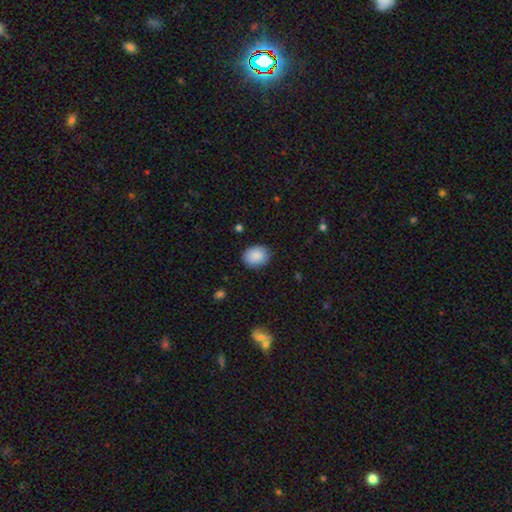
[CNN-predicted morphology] smooth-or-featured: smooth: 88% | star or artifact: 7% | featured or disk: 5%
  how-rounded: in between: 53% | round: 46% | cigar-shaped: 1%
  merging: none: 85% | minor disturbance: 11% | major disturbance: 3% | merger: 1%